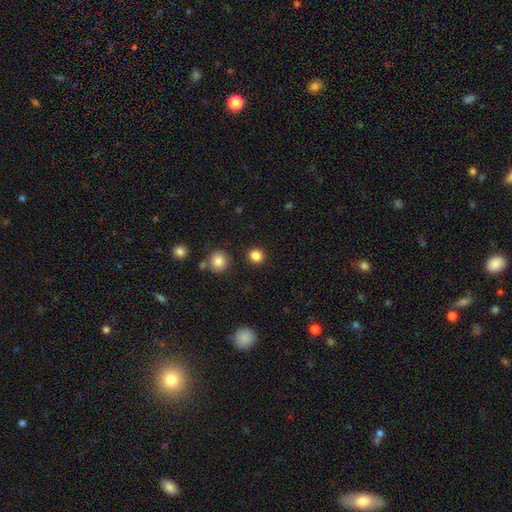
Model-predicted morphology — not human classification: smooth 85%, star or artifact 11%, featured or disk 4%. Down the decision tree: how rounded — round (87%); merging — none (89%).